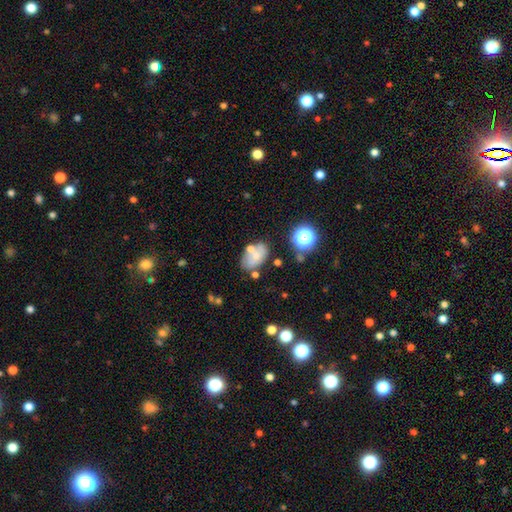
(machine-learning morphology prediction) Q: Smooth or featured?
A: smooth (59%); runner-up: featured or disk (30%)
Q: How rounded?
A: in between (86%); runner-up: round (12%)
Q: Merging?
A: none (54%); runner-up: minor disturbance (20%)